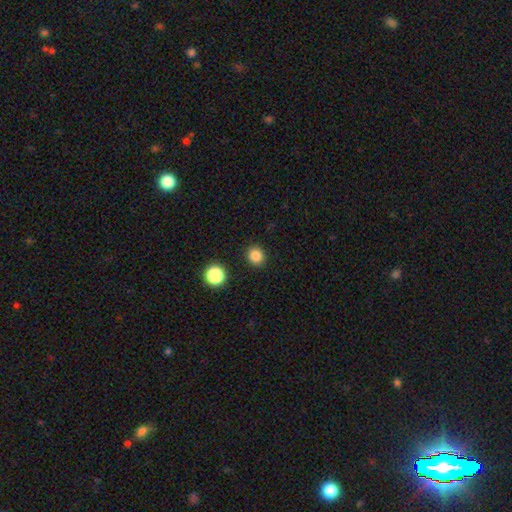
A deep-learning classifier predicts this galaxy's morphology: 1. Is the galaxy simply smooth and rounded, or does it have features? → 84% smooth, 12% star or artifact, 4% featured or disk.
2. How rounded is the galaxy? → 85% round, 14% in between, 1% cigar-shaped.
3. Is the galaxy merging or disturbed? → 90% none, 6% minor disturbance, 2% major disturbance, 2% merger.